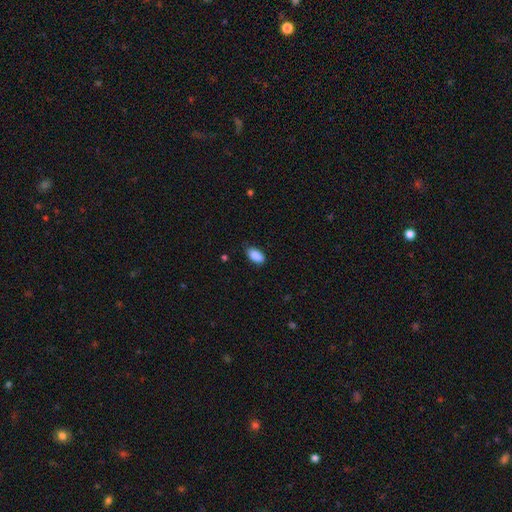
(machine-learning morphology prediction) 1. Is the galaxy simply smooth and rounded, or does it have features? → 90% smooth, 7% star or artifact, 3% featured or disk.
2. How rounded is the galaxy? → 93% in between, 4% round, 3% cigar-shaped.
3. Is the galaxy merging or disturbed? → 78% none, 18% minor disturbance, 3% major disturbance, 1% merger.